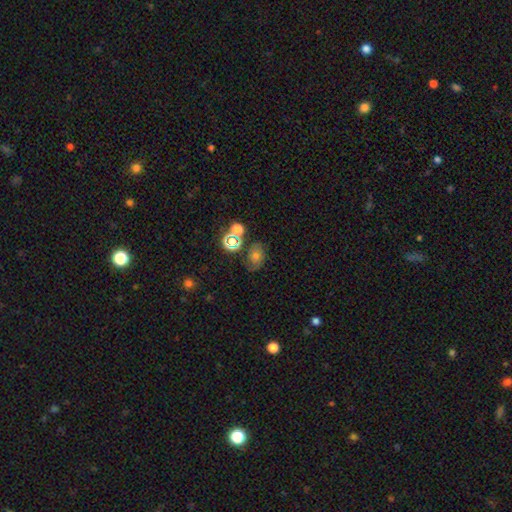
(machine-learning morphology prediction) This appears to be a smooth galaxy with no disk features (39%). Merging: none (65%).